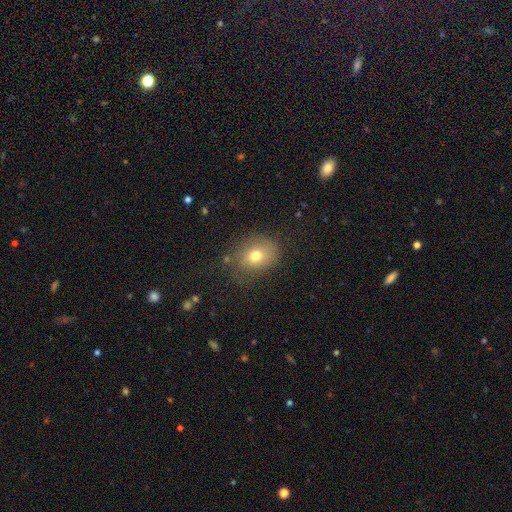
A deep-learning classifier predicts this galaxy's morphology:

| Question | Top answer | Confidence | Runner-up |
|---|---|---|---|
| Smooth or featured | smooth | 73% | featured or disk (14%) |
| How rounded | round | 56% | in between (43%) |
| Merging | none | 72% | minor disturbance (18%) |